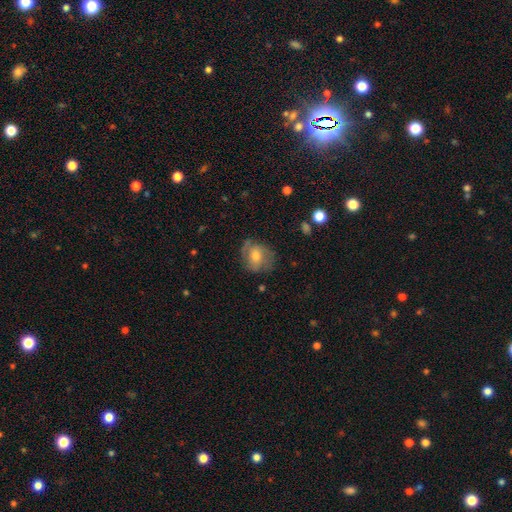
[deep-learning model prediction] smooth-or-featured: smooth: 48% | featured or disk: 44% | star or artifact: 8%
  merging: none: 62% | minor disturbance: 25% | major disturbance: 11% | merger: 2%